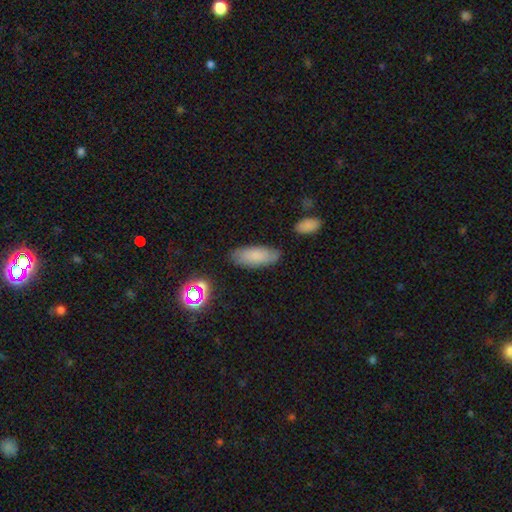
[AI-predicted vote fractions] smooth-or-featured: smooth: 80% | featured or disk: 11% | star or artifact: 9%
  how-rounded: in between: 79% | cigar-shaped: 19% | round: 2%
  merging: none: 80% | minor disturbance: 14% | major disturbance: 3% | merger: 3%